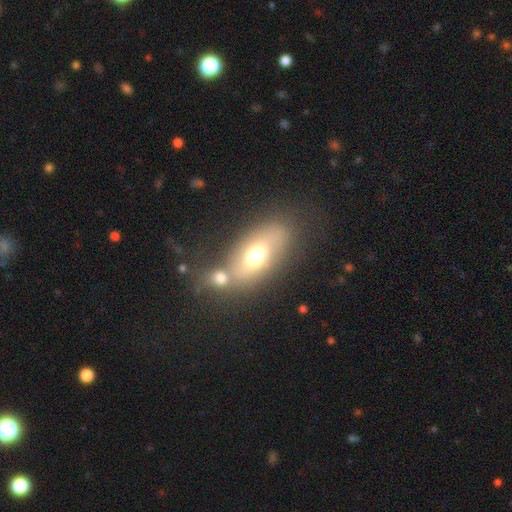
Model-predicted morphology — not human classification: smooth-or-featured: smooth: 61% | featured or disk: 30% | star or artifact: 9%
  how-rounded: in between: 83% | cigar-shaped: 9% | round: 8%
  merging: none: 50% | merger: 33% | minor disturbance: 12% | major disturbance: 6%